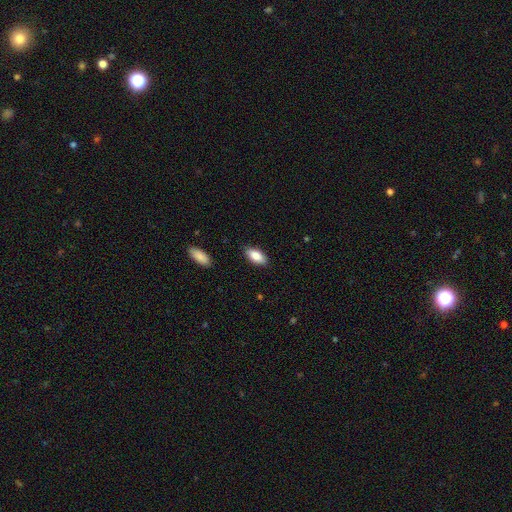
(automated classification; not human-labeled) This is clearly a smooth galaxy (85%). How rounded: clearly in between (88%). Merging: clearly none (87%).